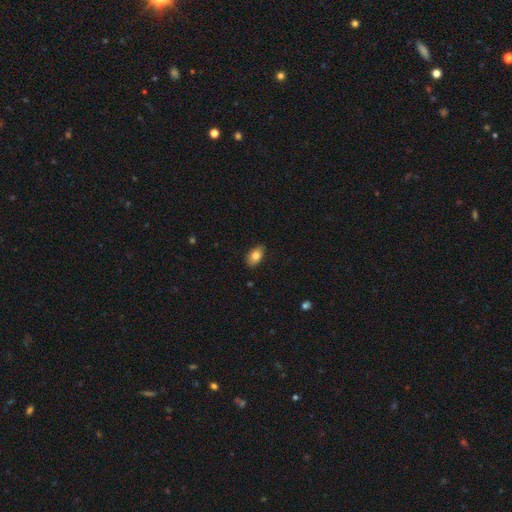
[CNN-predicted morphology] A smooth galaxy with no disk features (81%) that is in between round and cigar-shaped (90%). Merging: none (84%).